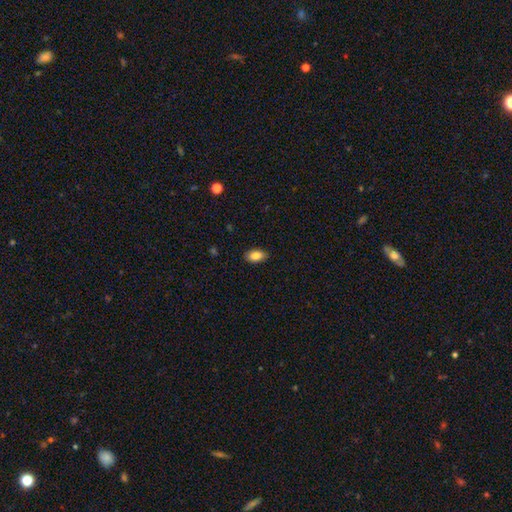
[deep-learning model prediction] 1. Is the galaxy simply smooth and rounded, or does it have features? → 86% smooth, 8% star or artifact, 7% featured or disk.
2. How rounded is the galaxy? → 92% in between, 5% round, 3% cigar-shaped.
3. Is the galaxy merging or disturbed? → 88% none, 9% minor disturbance, 2% major disturbance, 1% merger.